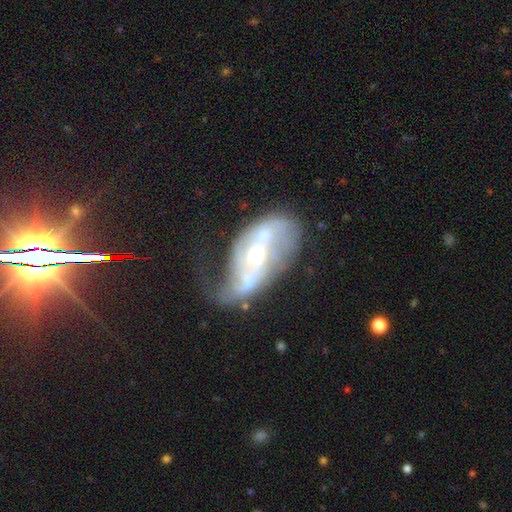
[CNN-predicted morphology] smooth_or_featured: featured or disk (p=0.79) [alt: smooth p=0.14]
disk_edge_on: no (p=0.95) [alt: yes p=0.05]
bar: no (p=0.43) [alt: weak p=0.34]
has_spiral_arms: yes (p=0.78) [alt: no p=0.22]
spiral_winding: loose (p=0.53) [alt: medium p=0.33]
spiral_arm_count: 2 (p=0.65) [alt: can't tell p=0.18]
bulge_size: moderate (p=0.64) [alt: small p=0.28]
merging: major disturbance (p=0.39) [alt: none p=0.26]